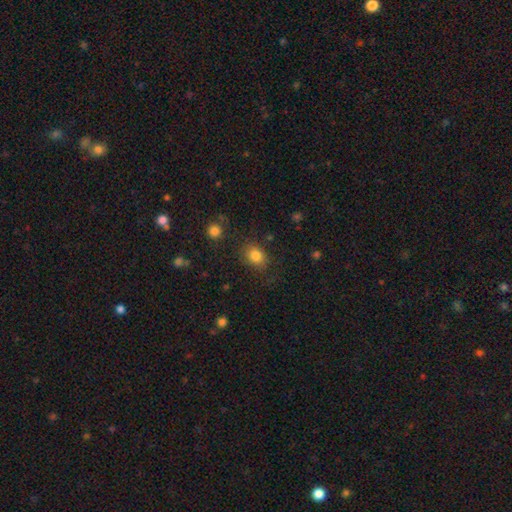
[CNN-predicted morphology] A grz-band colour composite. It shows a smooth galaxy with no disk features (82%) that is in between round and cigar-shaped (53%). Merging: none (78%).